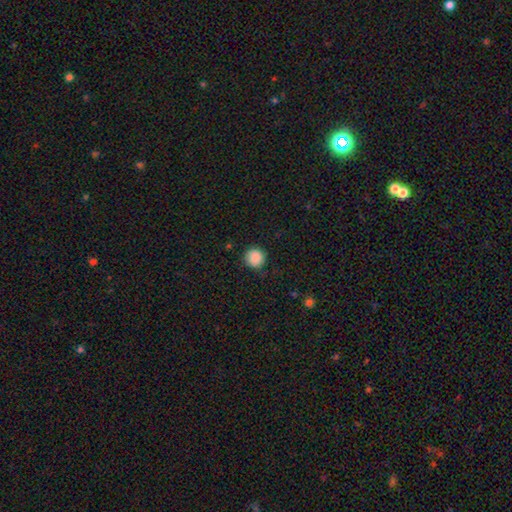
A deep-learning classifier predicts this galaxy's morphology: Smooth or featured: smooth — 88% (star or artifact — 9%)
How rounded: round — 93% (in between — 6%)
Merging: none — 86% (minor disturbance — 10%)